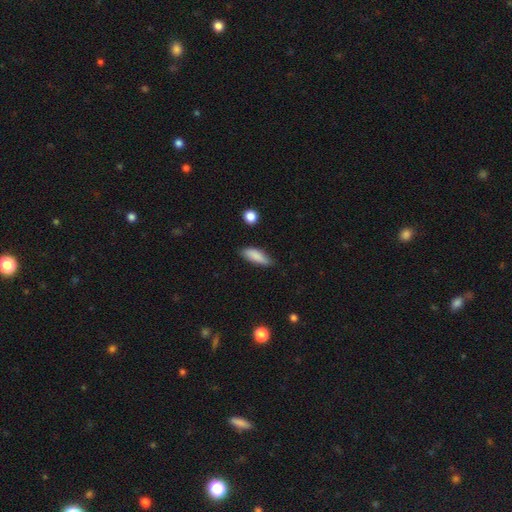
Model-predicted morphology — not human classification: type=smooth (86%); roundness=in between (61%); merging=none (78%).